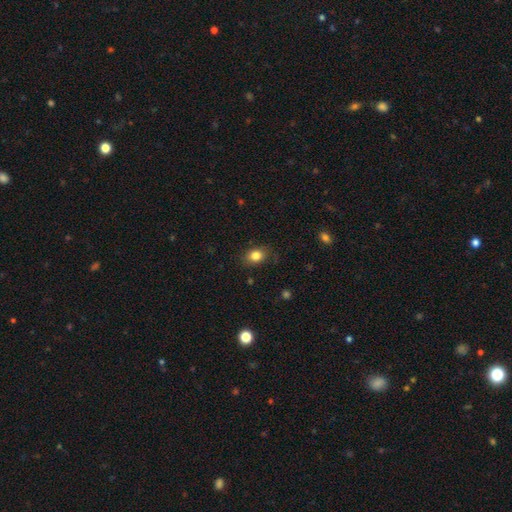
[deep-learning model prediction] Q: Smooth or featured?
A: smooth (83%); runner-up: star or artifact (10%)
Q: How rounded?
A: in between (60%); runner-up: round (39%)
Q: Merging?
A: none (80%); runner-up: minor disturbance (15%)